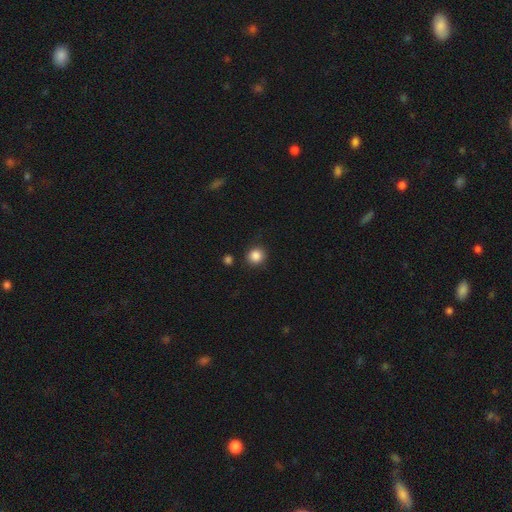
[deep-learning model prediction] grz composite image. It shows a smooth galaxy with no disk features (87%) that is round (88%). Merging: none (86%).